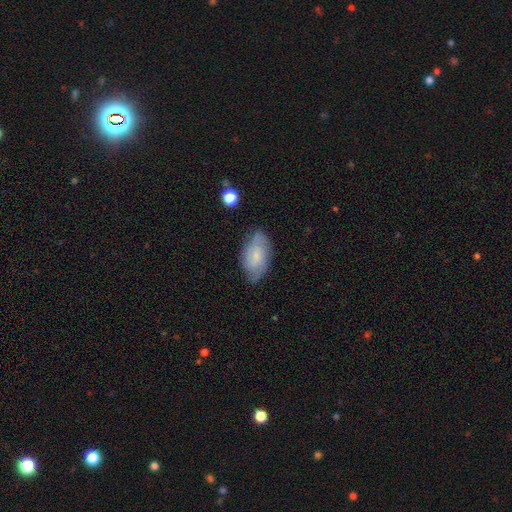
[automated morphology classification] The model was most divided on "smooth or featured": smooth: 49%, featured or disk: 43%, star or artifact: 8%. More confident: merging — none (68%).